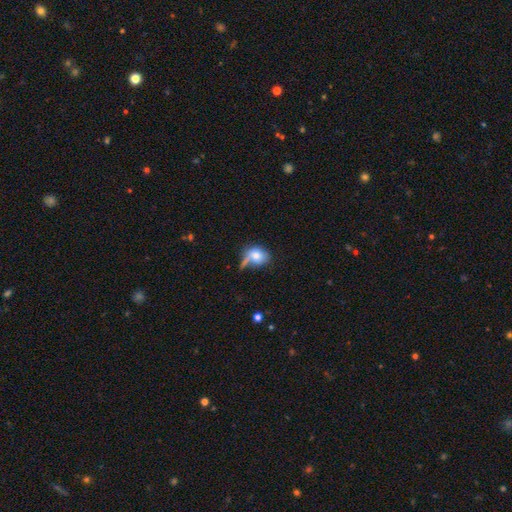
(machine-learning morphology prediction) type=smooth (73%); roundness=in between (58%); merging=none (38%).